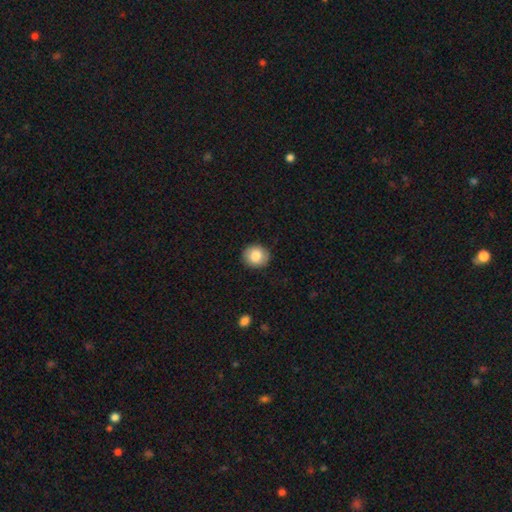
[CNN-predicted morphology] A smooth galaxy with no disk features (83%) that is round (84%). Merging: none (90%).